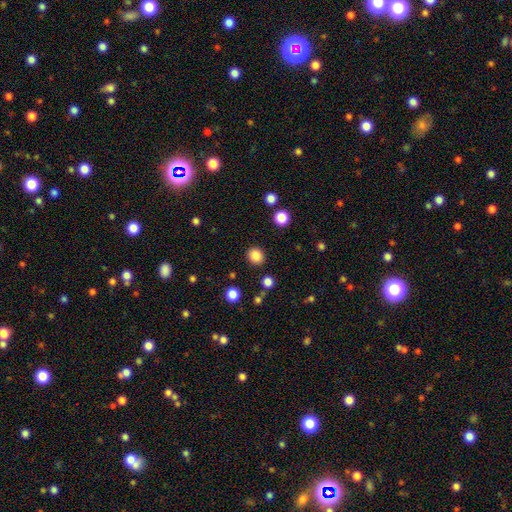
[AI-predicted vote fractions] Smooth or featured? Predicted: smooth (p=0.85). How rounded? Predicted: round (p=0.85). Merging? Predicted: none (p=0.90).